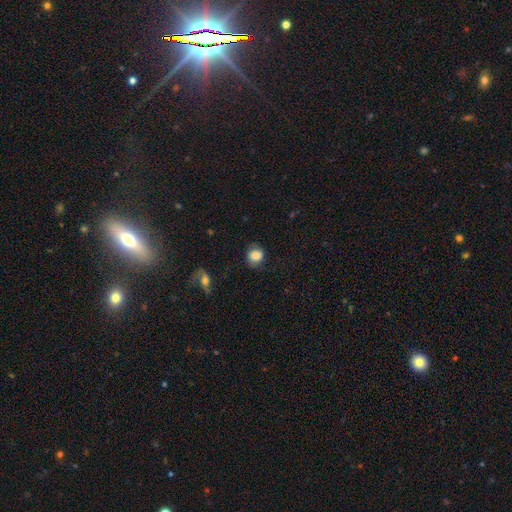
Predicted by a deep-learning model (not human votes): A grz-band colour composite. It shows a smooth galaxy with no disk features (81%) that is round (67%). Merging: none (69%).